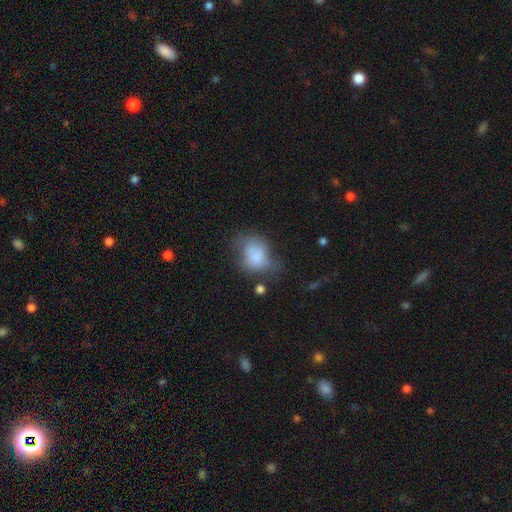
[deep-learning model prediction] Q: Smooth or featured?
A: smooth (72%); runner-up: featured or disk (18%)
Q: How rounded?
A: in between (59%); runner-up: round (40%)
Q: Merging?
A: minor disturbance (33%); runner-up: none (30%)